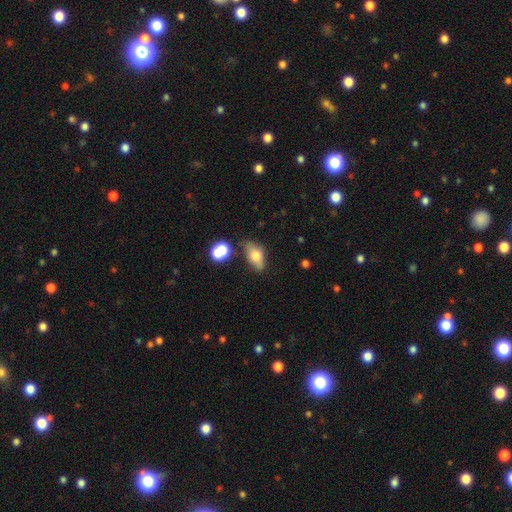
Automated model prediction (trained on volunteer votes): smooth-or-featured: smooth: 69% | featured or disk: 22% | star or artifact: 10%
  how-rounded: in between: 84% | round: 9% | cigar-shaped: 7%
  merging: none: 62% | minor disturbance: 22% | merger: 9% | major disturbance: 7%